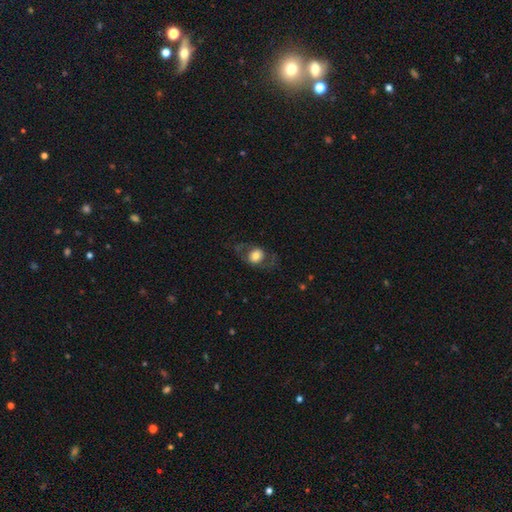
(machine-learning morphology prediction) smooth_or_featured: smooth (p=0.55) [alt: featured or disk p=0.37]
how_rounded: round (p=0.59) [alt: in between p=0.39]
merging: none (p=0.65) [alt: major disturbance p=0.18]